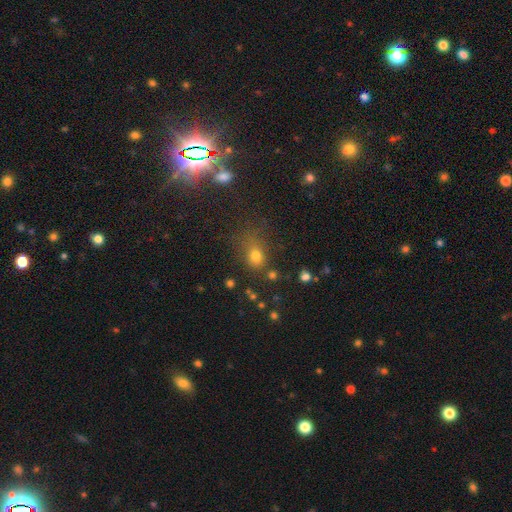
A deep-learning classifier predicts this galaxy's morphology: Smooth or featured: smooth — 71% (star or artifact — 20%)
How rounded: round — 49% (tied with in between — 49%)
Merging: none — 57% (minor disturbance — 22%)